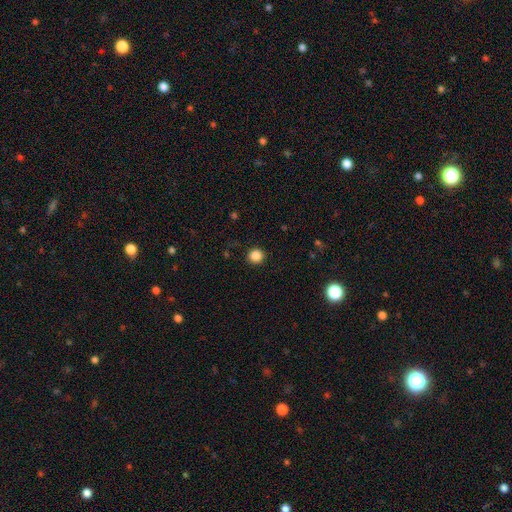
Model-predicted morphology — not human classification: type=smooth (86%); roundness=round (93%); merging=none (92%).